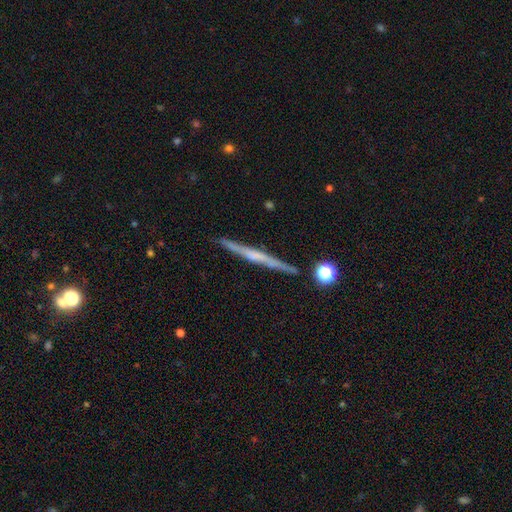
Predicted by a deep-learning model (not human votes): A featured or disk galaxy (69%) viewed edge-on (98%) with no central bulge (46%). Merging: none (90%).